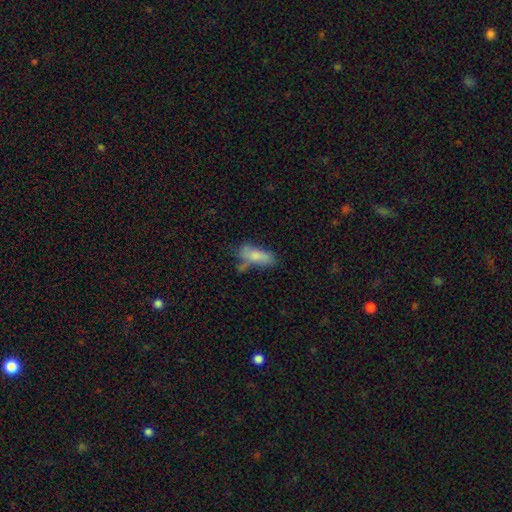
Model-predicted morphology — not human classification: Smooth or featured?
  - smooth: 75% *
  - featured or disk: 17%
  - star or artifact: 8%
How rounded?
  - in between: 75% *
  - cigar-shaped: 22%
  - round: 3%
Merging?
  - none: 40% *
  - minor disturbance: 27%
  - merger: 18%
  - major disturbance: 15%